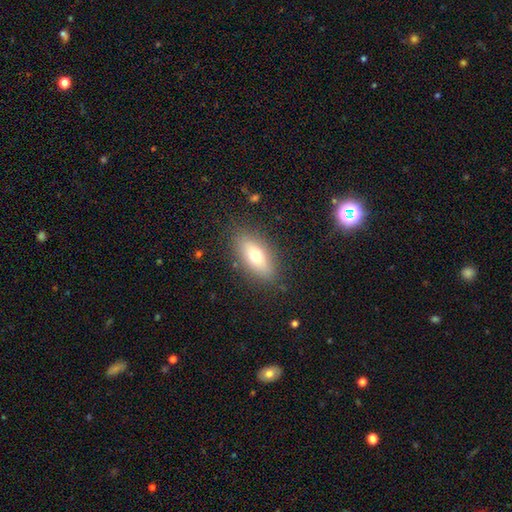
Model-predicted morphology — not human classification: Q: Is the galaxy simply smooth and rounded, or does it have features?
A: smooth — 68%.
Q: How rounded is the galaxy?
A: in between — 81%.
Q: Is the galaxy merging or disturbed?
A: none — 84%.